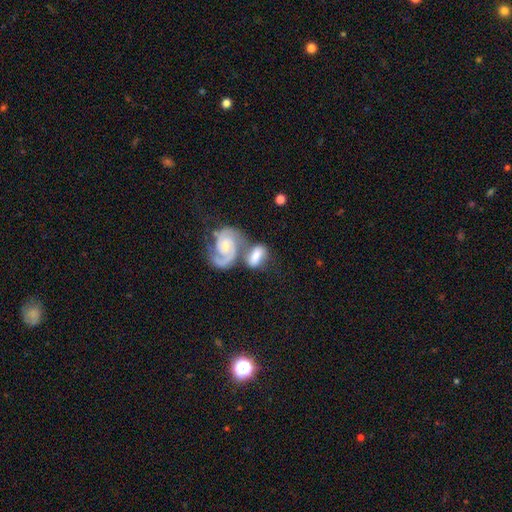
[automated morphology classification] type=featured or disk (59%); edge-on=no (94%); bar=no (45%); spiral arms=yes (92%); winding=medium (48%); arm count=2 (83%); bulge=small (47%); merging=merger (51%).